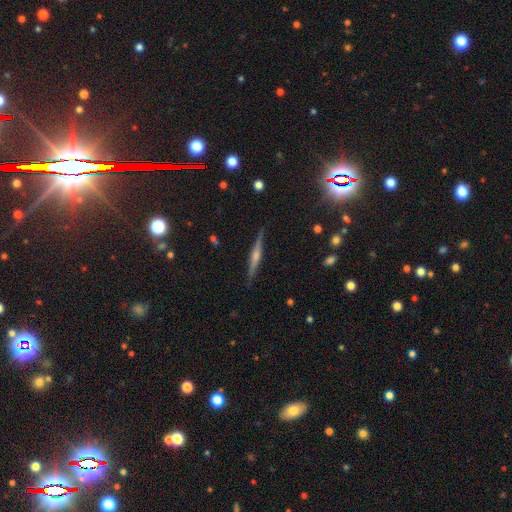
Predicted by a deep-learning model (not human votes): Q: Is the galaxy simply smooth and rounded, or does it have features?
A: featured or disk — 65%.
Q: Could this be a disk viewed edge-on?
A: yes — 97%.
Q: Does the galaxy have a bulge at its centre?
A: rounded — 58%.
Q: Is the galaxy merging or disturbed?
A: none — 88%.